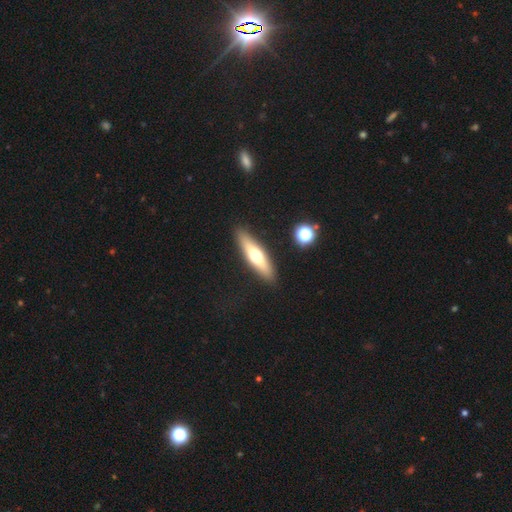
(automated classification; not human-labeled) Q: Smooth or featured?
A: smooth (50%); runner-up: featured or disk (43%)
Q: How rounded?
A: cigar-shaped (74%); runner-up: in between (24%)
Q: Merging?
A: none (89%); runner-up: minor disturbance (7%)